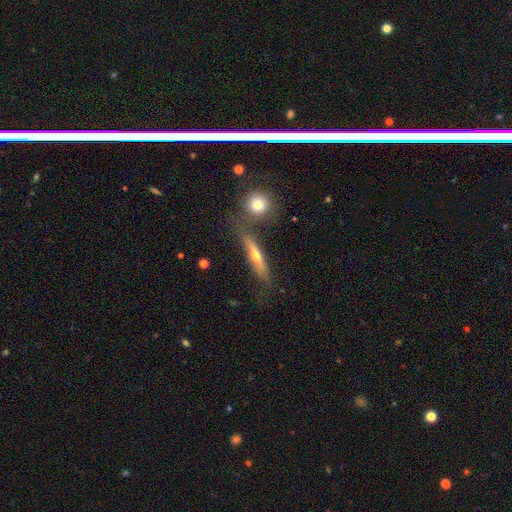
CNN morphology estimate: Q: Smooth or featured?
A: featured or disk (54%); runner-up: smooth (38%)
Q: Edge-on disk?
A: yes (84%); runner-up: no (16%)
Q: Merging?
A: none (65%); runner-up: minor disturbance (17%)